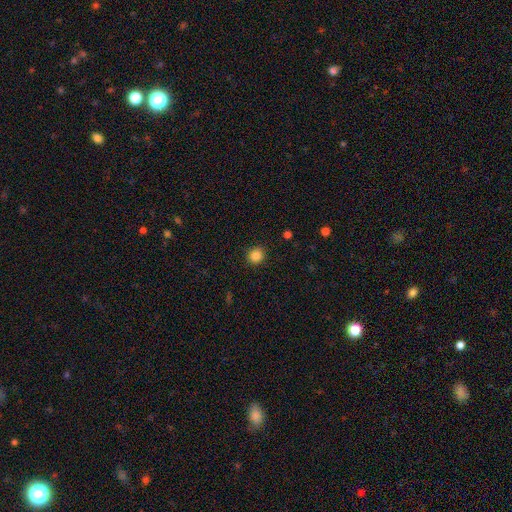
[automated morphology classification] Smooth or featured?
  - smooth: 85% *
  - star or artifact: 11%
  - featured or disk: 3%
How rounded?
  - round: 88% *
  - in between: 11%
  - cigar-shaped: 1%
Merging?
  - none: 91% *
  - minor disturbance: 6%
  - major disturbance: 2%
  - merger: 1%